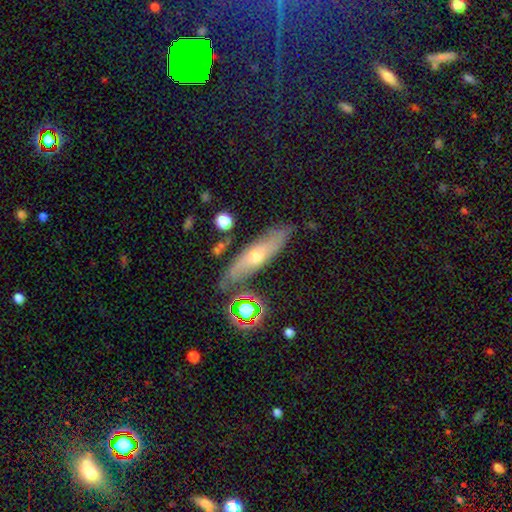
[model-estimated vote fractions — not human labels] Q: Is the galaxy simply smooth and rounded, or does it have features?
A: featured or disk — 49%.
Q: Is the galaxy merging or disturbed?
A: none — 78%.